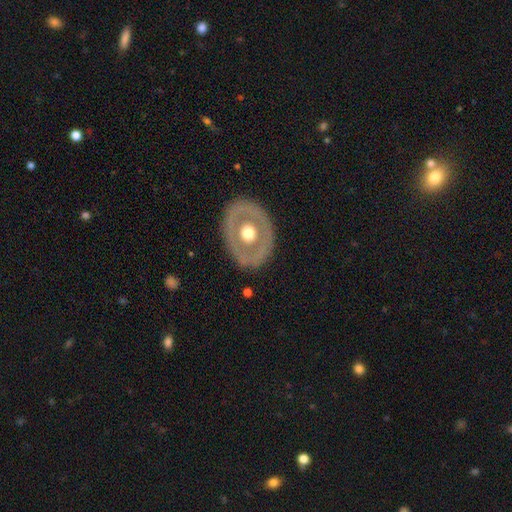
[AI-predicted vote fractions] Smooth or featured? featured or disk (63%)
Edge-on disk? no (90%)
Bar? no (89%)
Spiral arms? no (91%)
Bulge size? moderate (73%)
Merging? none (83%)